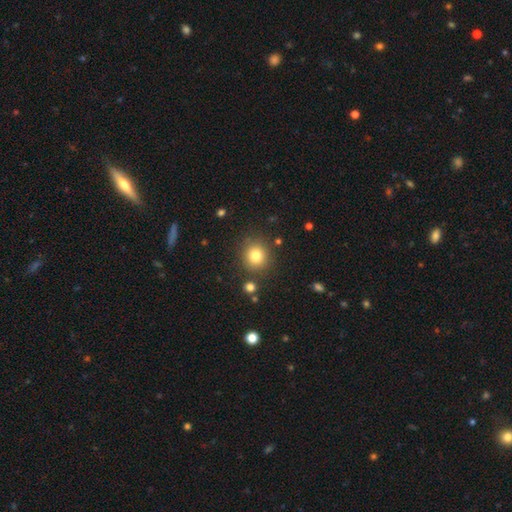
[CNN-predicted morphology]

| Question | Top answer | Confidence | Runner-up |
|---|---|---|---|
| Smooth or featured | smooth | 79% | star or artifact (13%) |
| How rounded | round | 89% | in between (10%) |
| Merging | none | 85% | minor disturbance (8%) |